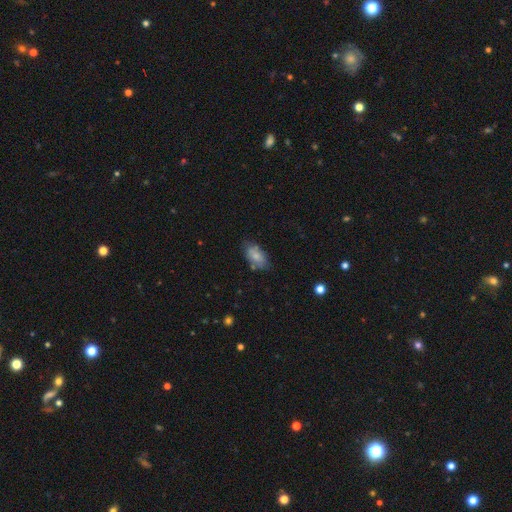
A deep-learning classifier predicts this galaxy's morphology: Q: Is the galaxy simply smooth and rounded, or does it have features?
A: smooth — 75%.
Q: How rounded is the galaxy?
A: in between — 93%.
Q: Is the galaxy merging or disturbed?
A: none — 67%.